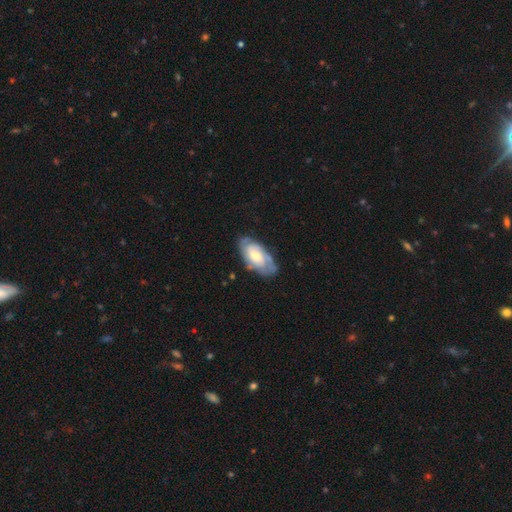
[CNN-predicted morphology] smooth_or_featured: featured or disk (p=0.65) [alt: smooth p=0.29]
disk_edge_on: no (p=0.93) [alt: yes p=0.07]
bar: no (p=0.58) [alt: weak p=0.35]
has_spiral_arms: yes (p=0.84) [alt: no p=0.16]
spiral_winding: tight (p=0.56) [alt: medium p=0.33]
spiral_arm_count: can't tell (p=0.41) [alt: 2 p=0.38]
bulge_size: moderate (p=0.56) [alt: small p=0.29]
merging: none (p=0.69) [alt: minor disturbance p=0.22]